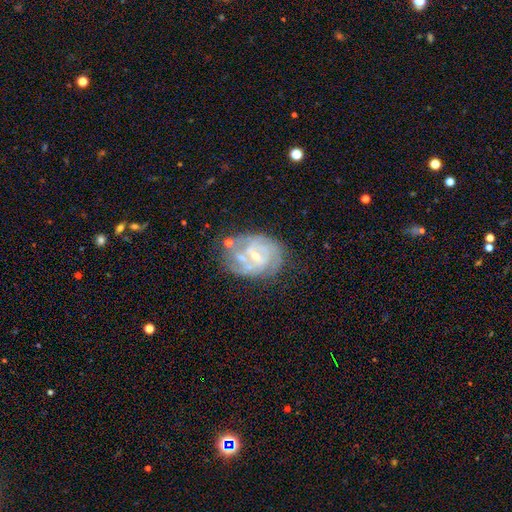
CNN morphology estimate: type=featured or disk (80%); edge-on=no (97%); bar=weak (49%); spiral arms=yes (84%); winding=tight (53%); arm count=can't tell (36%); bulge=small (67%); merging=none (55%).